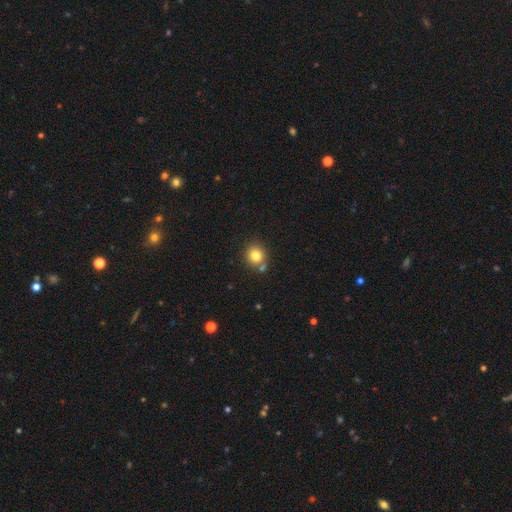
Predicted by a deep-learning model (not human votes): Smooth or featured? Predicted: smooth (p=0.80). How rounded? Predicted: round (p=0.81). Merging? Predicted: none (p=0.71).